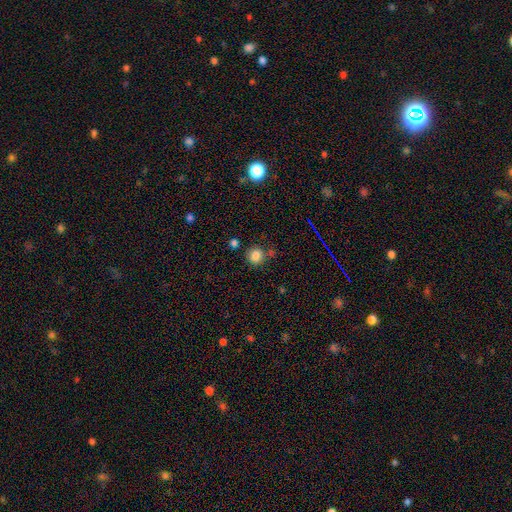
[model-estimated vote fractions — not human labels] Smooth or featured? smooth (83%)
How rounded? round (89%)
Merging? none (76%)